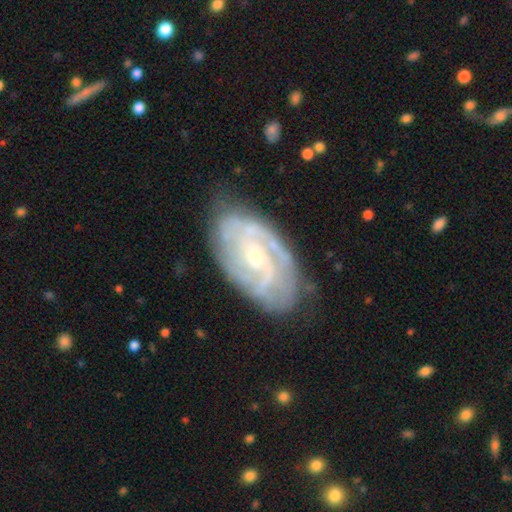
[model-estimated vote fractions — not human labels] Smooth or featured? Predicted: featured or disk (p=0.85). Edge-on disk? Predicted: no (p=0.96). Bar? Predicted: no (p=0.56). Spiral arms? Predicted: yes (p=0.95). Spiral winding? Predicted: tight (p=0.62). Spiral arm count? Predicted: 2 (p=0.37). Bulge size? Predicted: small (p=0.59). Merging? Predicted: none (p=0.74).